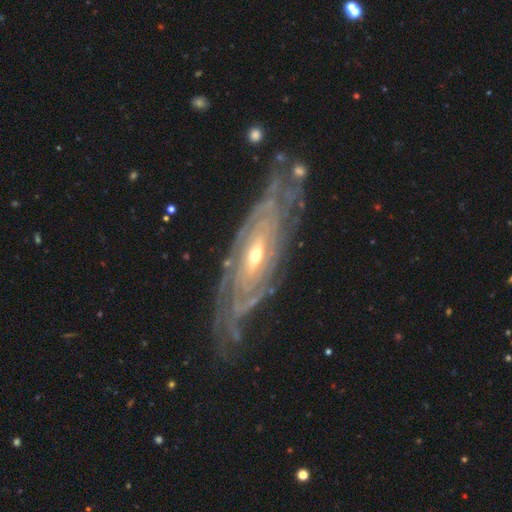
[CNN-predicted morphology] The model was most divided on "bulge size": small: 48%, moderate: 47%, large: 3%, none: 1%, dominant: 1%. Remaining: spiral arms — yes (95%); smooth or featured — featured or disk (90%); edge-on disk — no (88%); spiral winding — tight (80%); merging — none (67%); bar — no (58%); spiral arm count — can't tell (38%).